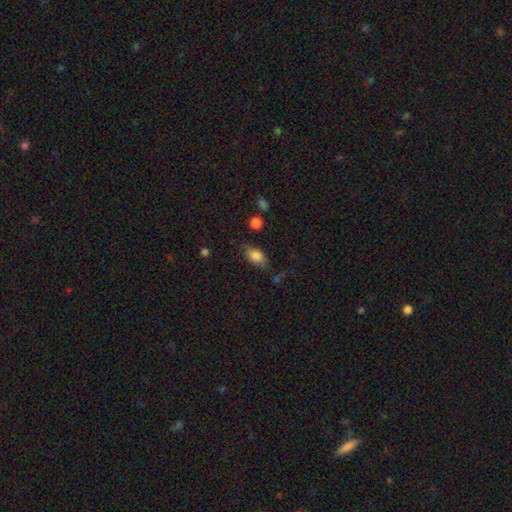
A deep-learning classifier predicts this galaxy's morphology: type=smooth (80%); roundness=in between (86%); merging=none (63%).